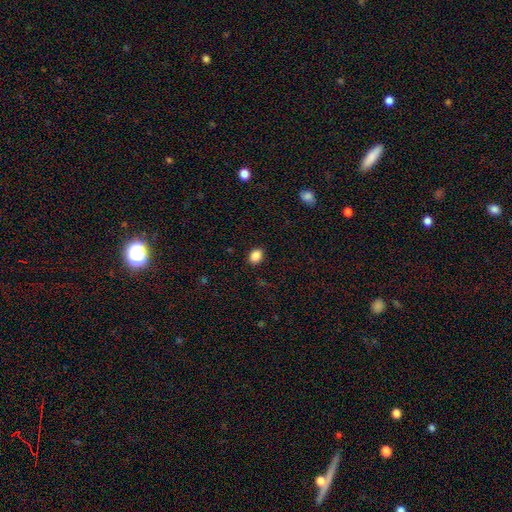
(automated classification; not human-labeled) The model was most divided on "how rounded": in between: 62%, round: 37%, cigar-shaped: 1%. More confident: merging — none (89%); smooth or featured — smooth (87%).